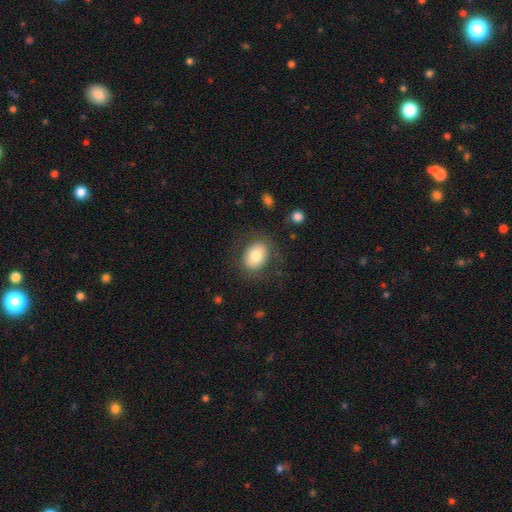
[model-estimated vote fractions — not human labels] Q: Smooth or featured?
A: smooth (75%); runner-up: featured or disk (17%)
Q: How rounded?
A: in between (61%); runner-up: round (38%)
Q: Merging?
A: none (77%); runner-up: minor disturbance (13%)